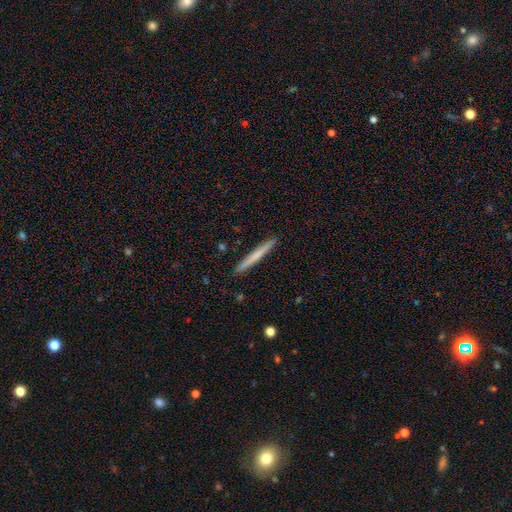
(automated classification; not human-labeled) smooth 60%, featured or disk 35%, star or artifact 5%. Down the decision tree: how rounded — cigar-shaped (97%); merging — none (92%).